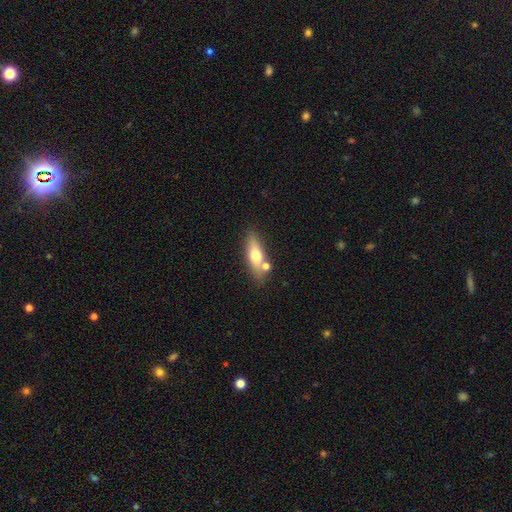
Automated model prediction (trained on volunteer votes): A smooth galaxy with no disk features (60%) that is in between round and cigar-shaped (53%).

Vote fractions:
- Smooth or featured? smooth: 60% / featured or disk: 33% / star or artifact: 7%
- How rounded? in between: 53% / cigar-shaped: 42% / round: 5%
- Merging? none: 69% / merger: 15% / minor disturbance: 13% / major disturbance: 4%